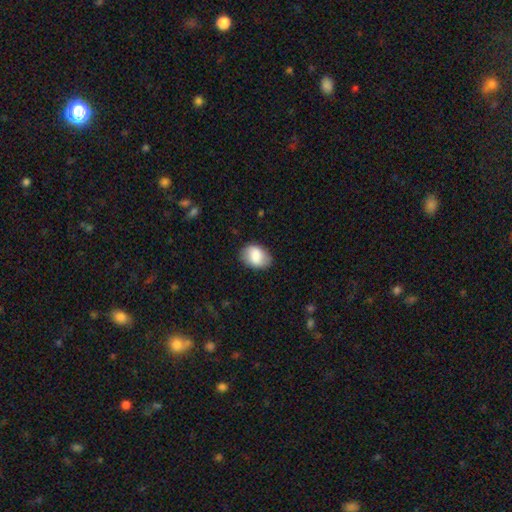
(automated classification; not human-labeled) smooth 78%, featured or disk 15%, star or artifact 7%. Down the decision tree: how rounded — in between (75%); merging — none (81%).